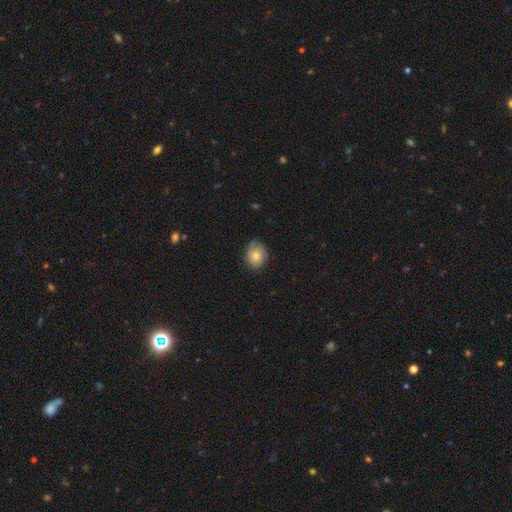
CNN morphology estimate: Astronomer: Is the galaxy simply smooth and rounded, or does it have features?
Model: smooth — 71%.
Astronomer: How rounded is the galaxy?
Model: in between — 52% (runner-up: round, 47%).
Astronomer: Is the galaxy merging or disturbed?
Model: none — 71%.